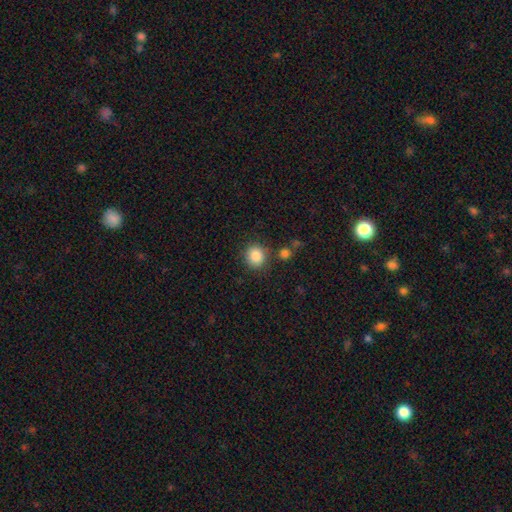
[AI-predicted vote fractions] The model was most divided on "how rounded": round: 84%, in between: 15%, cigar-shaped: 1%. More confident: smooth or featured — smooth (87%); merging — none (82%).